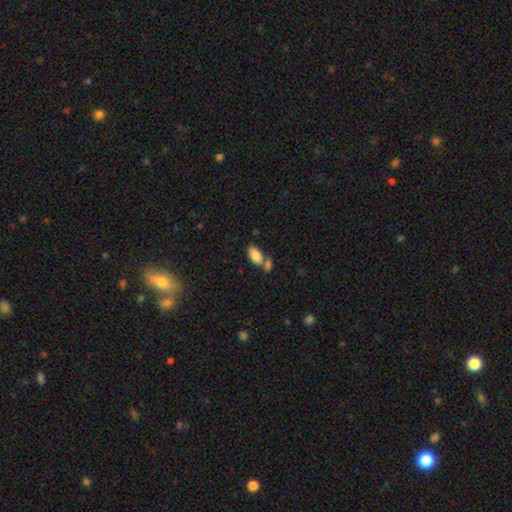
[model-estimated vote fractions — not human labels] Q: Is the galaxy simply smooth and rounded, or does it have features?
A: smooth — 85%.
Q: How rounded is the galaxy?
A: in between — 94%.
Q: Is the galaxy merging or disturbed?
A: none — 46%.